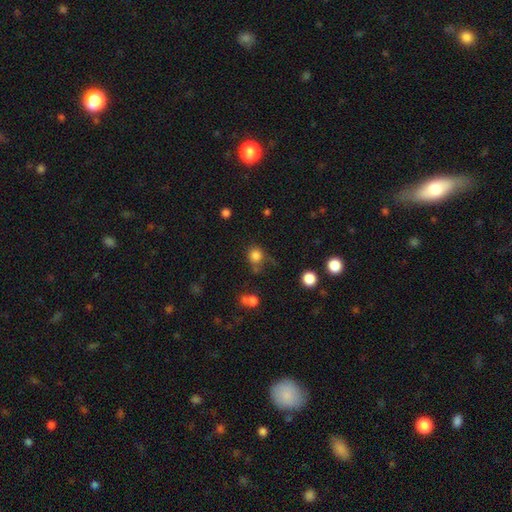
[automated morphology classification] smooth_or_featured: smooth (p=0.82) [alt: star or artifact p=0.13]
how_rounded: round (p=0.85) [alt: in between p=0.14]
merging: none (p=0.65) [alt: minor disturbance p=0.18]